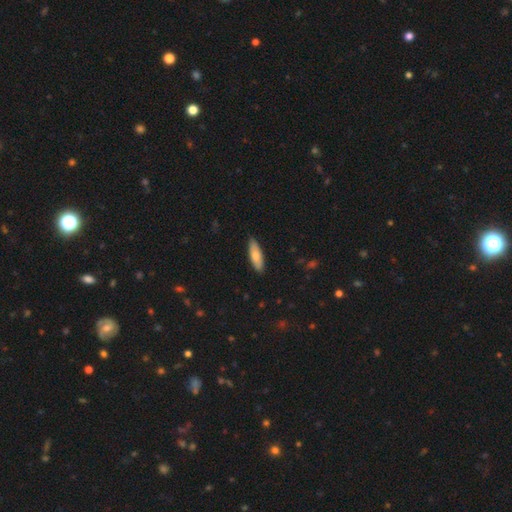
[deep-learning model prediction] A smooth galaxy with no disk features (78%) that is in between round and cigar-shaped (49%, tied with cigar-shaped).

Vote fractions:
- Smooth or featured? smooth: 78% / featured or disk: 16% / star or artifact: 5%
- How rounded? in between: 49% (tied) / cigar-shaped: 49% (tied) / round: 2%
- Merging? none: 87% / minor disturbance: 11% / major disturbance: 2% / merger: 1%